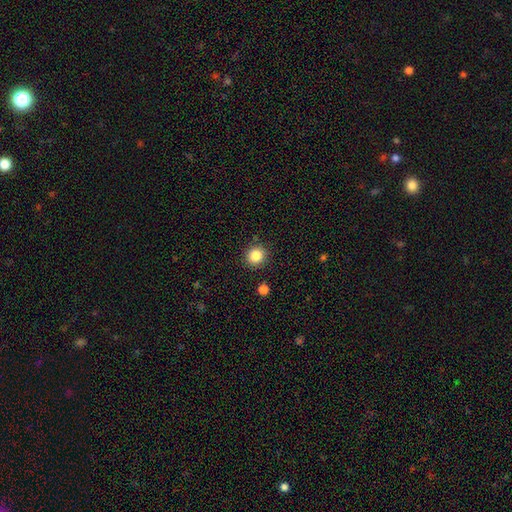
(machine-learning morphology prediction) The model was most divided on "smooth or featured": smooth: 84%, star or artifact: 11%, featured or disk: 5%. More confident: how rounded — round (92%); merging — none (89%).